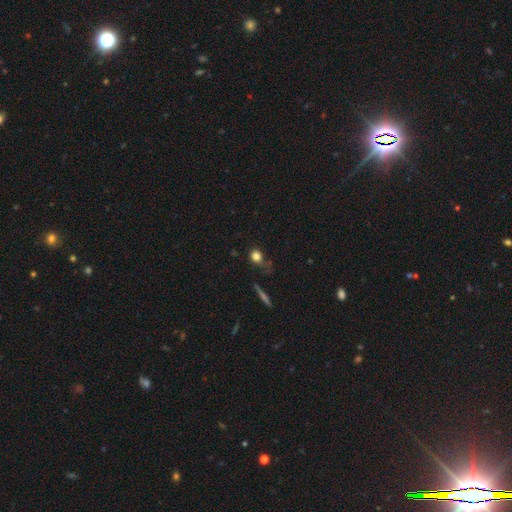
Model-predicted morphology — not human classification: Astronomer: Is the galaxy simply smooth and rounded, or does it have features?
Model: smooth — 80%.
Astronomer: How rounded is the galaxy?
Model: round — 69%.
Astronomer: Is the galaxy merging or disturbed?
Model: none — 62%.